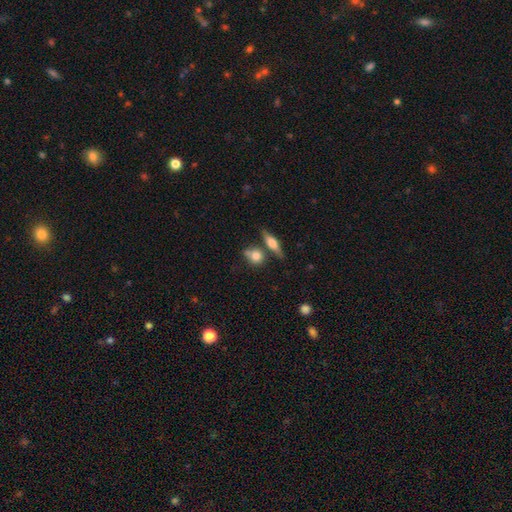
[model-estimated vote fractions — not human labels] smooth_or_featured: smooth (p=0.76) [alt: featured or disk p=0.16]
how_rounded: round (p=0.61) [alt: in between p=0.32]
merging: none (p=0.54) [alt: merger p=0.25]